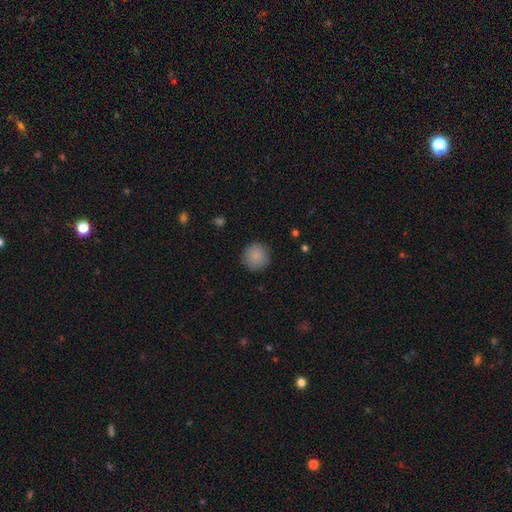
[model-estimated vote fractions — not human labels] The model was most divided on "smooth or featured": smooth: 88%, star or artifact: 8%, featured or disk: 4%. More confident: how rounded — round (94%); merging — none (89%).